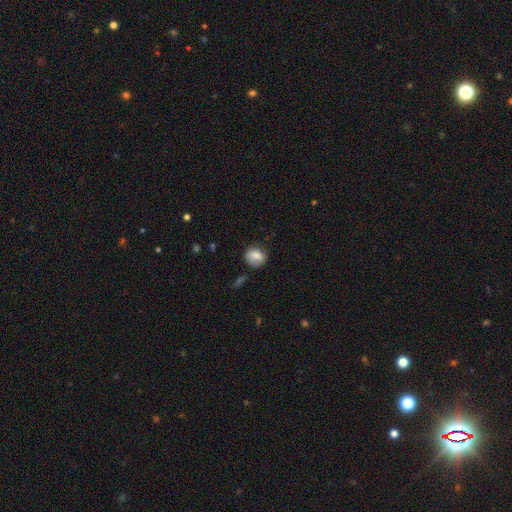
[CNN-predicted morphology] type=smooth (79%); roundness=round (59%); merging=none (68%).